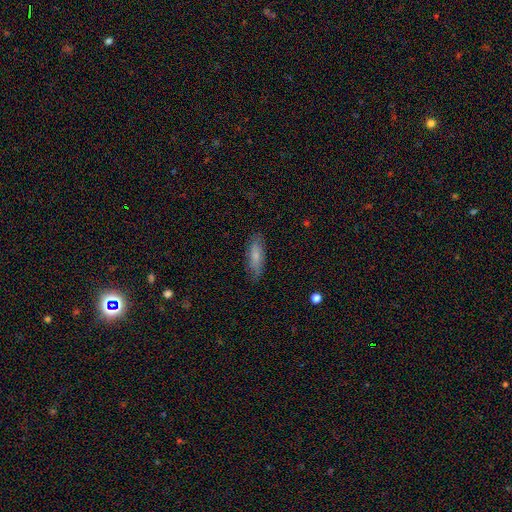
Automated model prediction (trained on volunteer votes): Smooth or featured? Predicted: smooth (p=0.74). How rounded? Predicted: in between (p=0.60). Merging? Predicted: none (p=0.81).